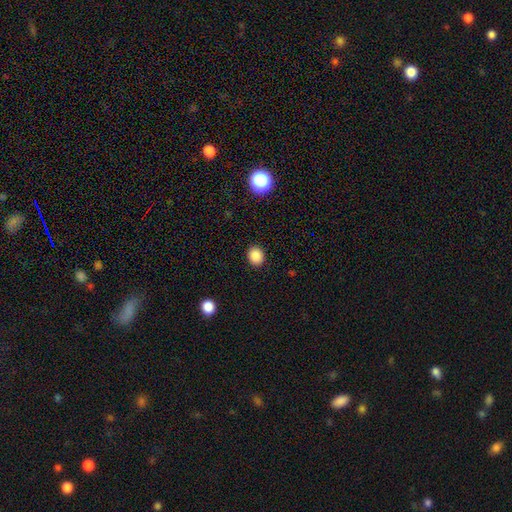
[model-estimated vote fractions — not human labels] This appears to be a smooth galaxy with no disk features (87%) that is round (70%). Merging: none (91%).